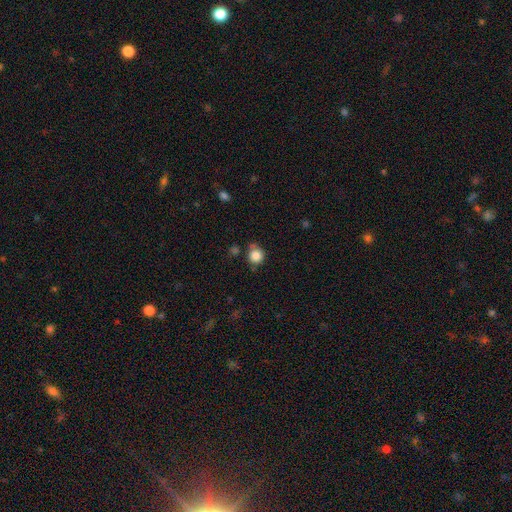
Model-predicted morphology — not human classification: smooth-or-featured: smooth: 84% | star or artifact: 10% | featured or disk: 6%
  how-rounded: round: 85% | in between: 14% | cigar-shaped: 1%
  merging: none: 64% | minor disturbance: 23% | merger: 8% | major disturbance: 6%